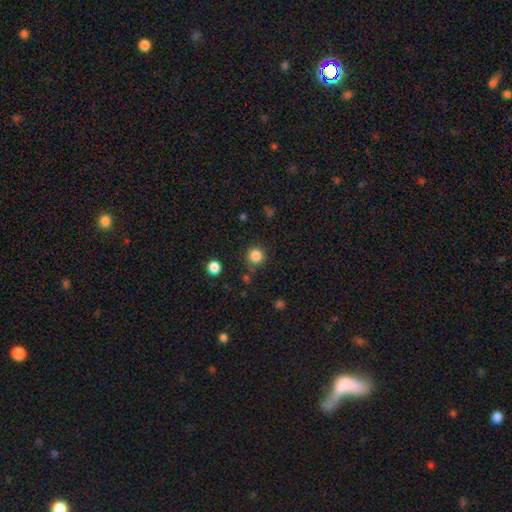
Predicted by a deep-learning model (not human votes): Smooth or featured? smooth (84%)
How rounded? round (94%)
Merging? none (83%)